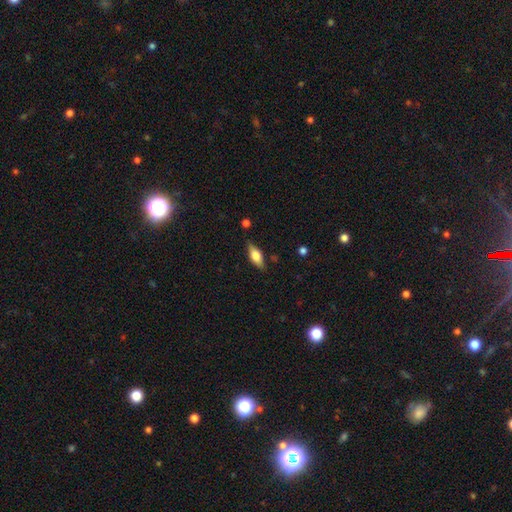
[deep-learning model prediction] Overall: smooth (59%; featured or disk 34%). How rounded: in between (73%). Merging: none (81%).